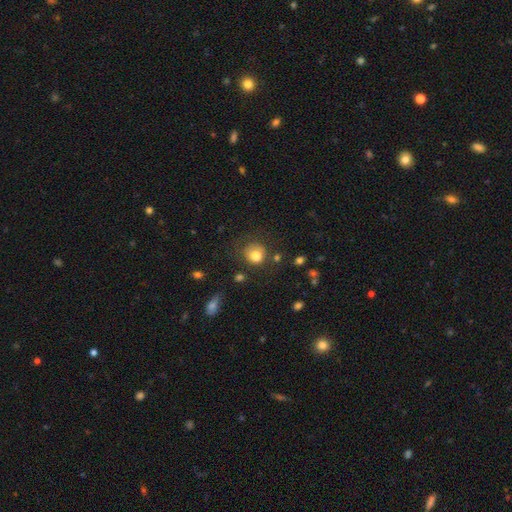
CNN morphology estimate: Smooth or featured? smooth (80%)
How rounded? round (81%)
Merging? none (62%)